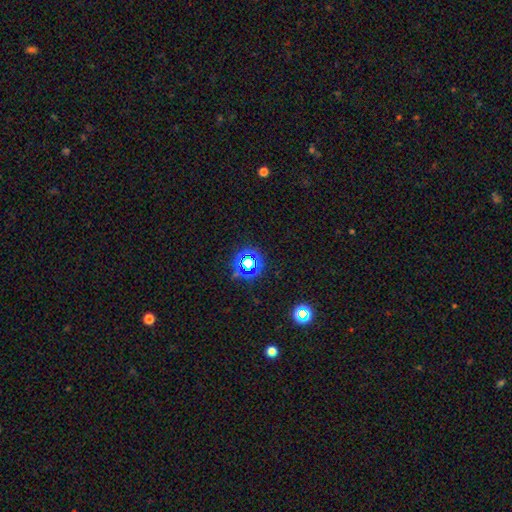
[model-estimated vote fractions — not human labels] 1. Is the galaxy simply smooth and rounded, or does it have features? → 67% star or artifact, 23% smooth, 9% featured or disk.